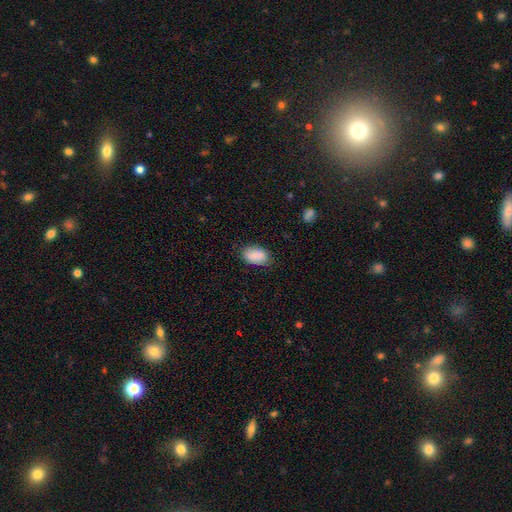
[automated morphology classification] Q: Smooth or featured?
A: smooth (88%); runner-up: star or artifact (7%)
Q: How rounded?
A: in between (92%); runner-up: round (6%)
Q: Merging?
A: none (79%); runner-up: minor disturbance (17%)